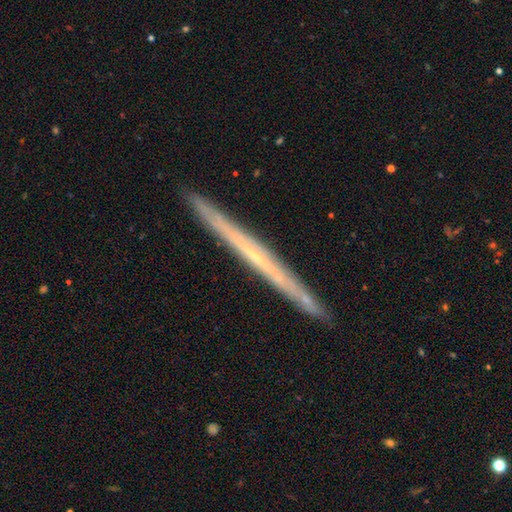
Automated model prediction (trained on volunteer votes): The model was most divided on "smooth or featured": featured or disk: 70%, smooth: 24%, star or artifact: 6%. More confident: edge-on disk — yes (97%); merging — none (92%); edge-on bulge — none (79%).